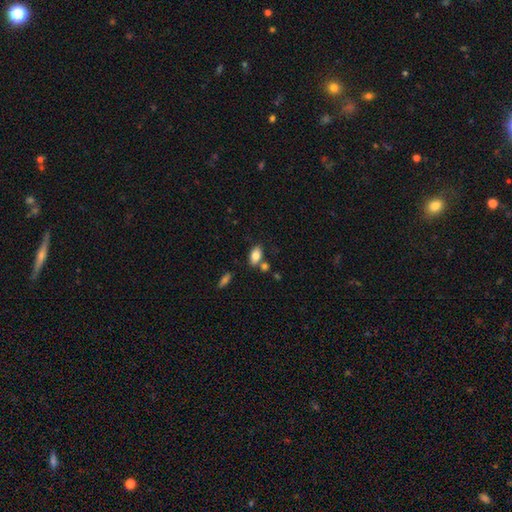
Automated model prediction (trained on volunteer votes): This is clearly a smooth galaxy (80%). How rounded: clearly in between (91%). Merging: likely none (71%).